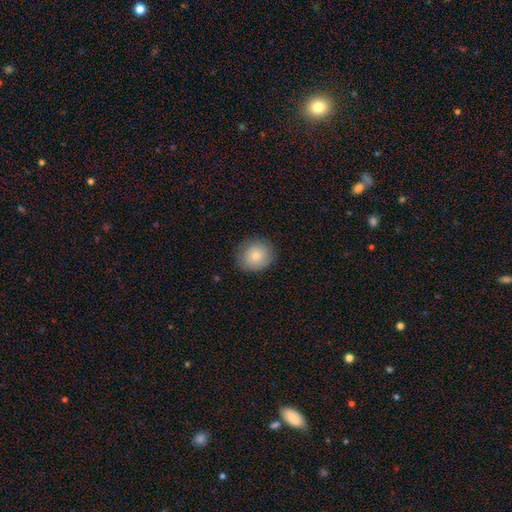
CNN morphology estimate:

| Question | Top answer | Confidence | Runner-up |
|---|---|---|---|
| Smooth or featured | smooth | 80% | featured or disk (13%) |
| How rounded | round | 84% | in between (16%) |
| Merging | none | 84% | minor disturbance (12%) |